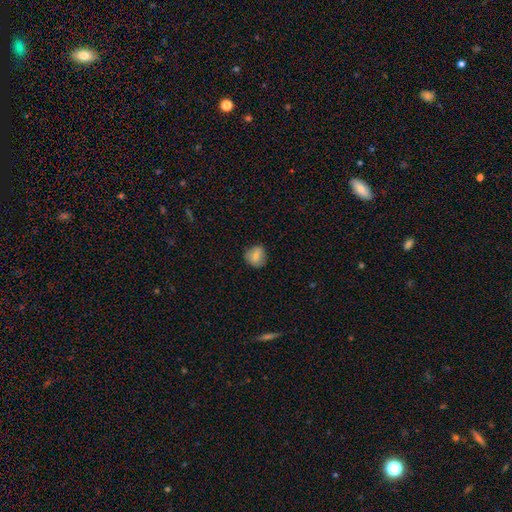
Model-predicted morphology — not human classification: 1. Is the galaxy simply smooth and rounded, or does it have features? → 78% smooth, 13% featured or disk, 9% star or artifact.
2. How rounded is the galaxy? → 83% round, 16% in between, 1% cigar-shaped.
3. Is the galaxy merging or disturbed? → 83% none, 13% minor disturbance, 3% major disturbance, 1% merger.